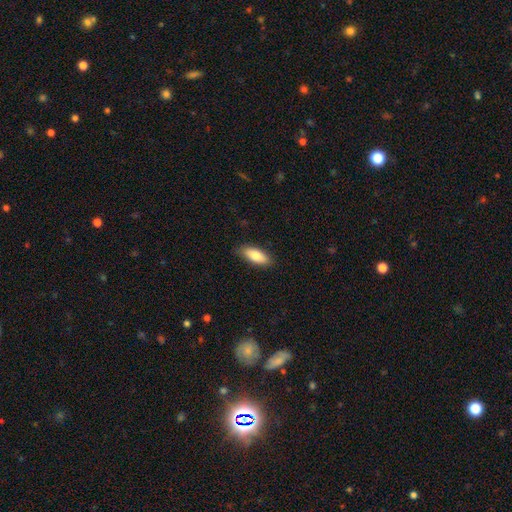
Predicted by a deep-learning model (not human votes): Smooth or featured? Predicted: smooth (p=0.80). How rounded? Predicted: in between (p=0.81). Merging? Predicted: none (p=0.84).